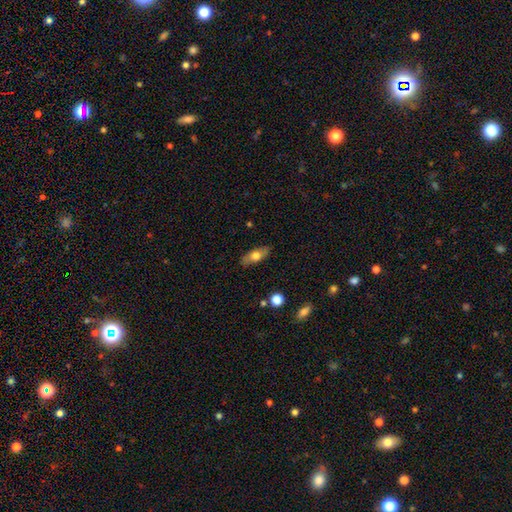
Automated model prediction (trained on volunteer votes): A smooth galaxy with no disk features (64%) that is in between round and cigar-shaped (76%).

Vote fractions:
- Smooth or featured? smooth: 64% / featured or disk: 29% / star or artifact: 7%
- How rounded? in between: 76% / cigar-shaped: 20% / round: 4%
- Merging? none: 85% / minor disturbance: 12% / major disturbance: 2% / merger: 1%